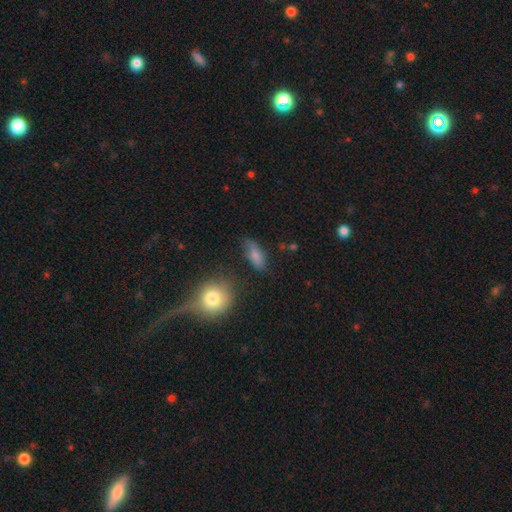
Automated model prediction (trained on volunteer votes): smooth 75%, featured or disk 15%, star or artifact 10%. Down the decision tree: how rounded — in between (74%); merging — none (61%).